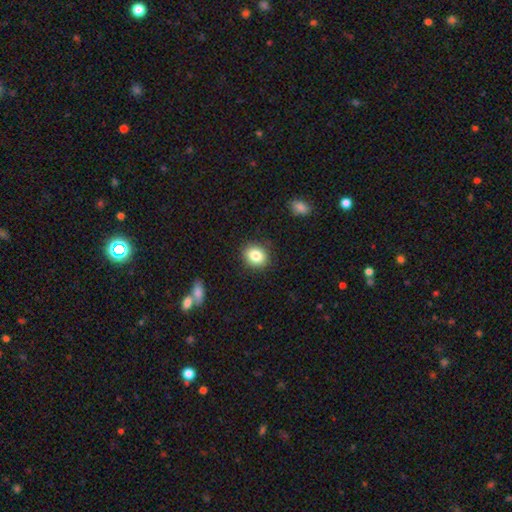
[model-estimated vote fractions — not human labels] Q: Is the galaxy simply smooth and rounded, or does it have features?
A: smooth — 84%.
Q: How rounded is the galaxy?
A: round — 58%.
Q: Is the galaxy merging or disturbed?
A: none — 88%.